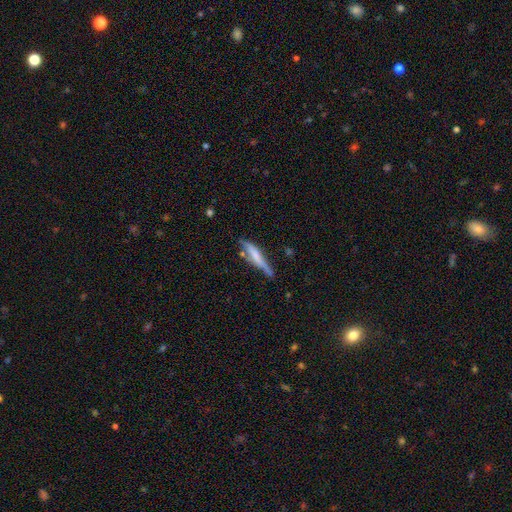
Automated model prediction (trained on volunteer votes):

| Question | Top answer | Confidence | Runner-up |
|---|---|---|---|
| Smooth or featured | smooth | 51% | featured or disk (43%) |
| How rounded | cigar-shaped | 87% | in between (11%) |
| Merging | none | 56% | minor disturbance (27%) |